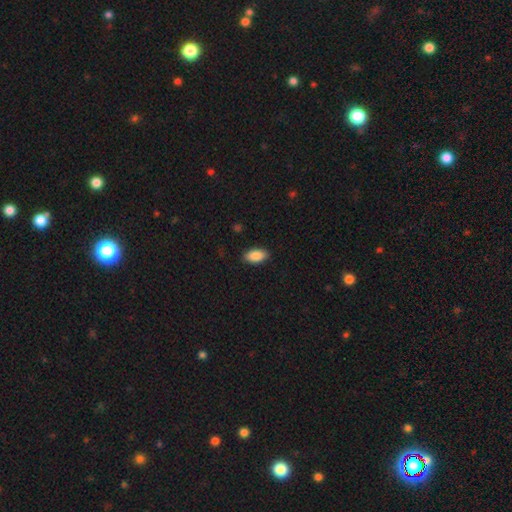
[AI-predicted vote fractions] Q: Smooth or featured?
A: smooth (89%); runner-up: star or artifact (7%)
Q: How rounded?
A: in between (93%); runner-up: cigar-shaped (4%)
Q: Merging?
A: none (88%); runner-up: minor disturbance (9%)